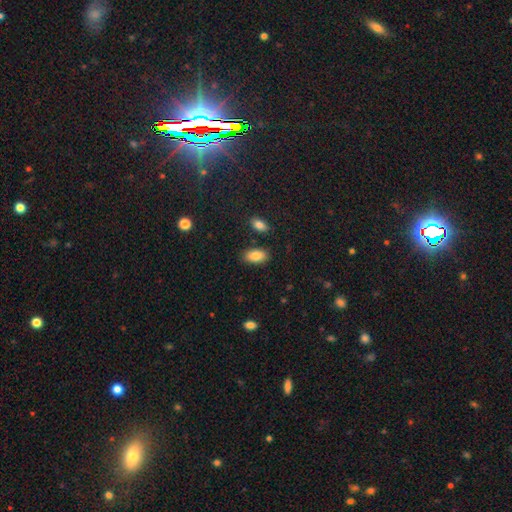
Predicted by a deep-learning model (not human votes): The model was most divided on "merging": none: 84%, minor disturbance: 10%, merger: 4%, major disturbance: 2%. More confident: how rounded — in between (93%); smooth or featured — smooth (86%).